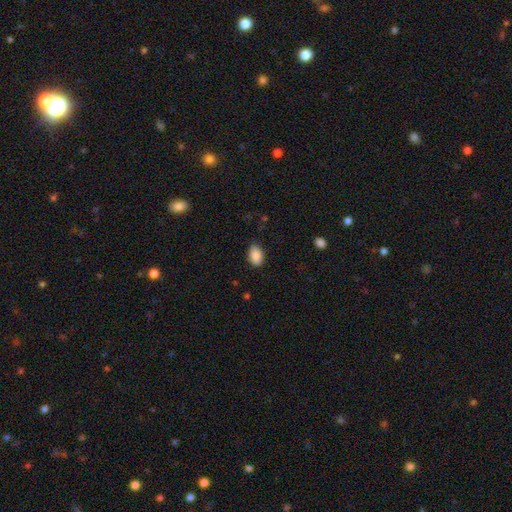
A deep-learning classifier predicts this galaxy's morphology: A smooth galaxy with no disk features (89%) that is in between round and cigar-shaped (88%). Merging: none (83%).